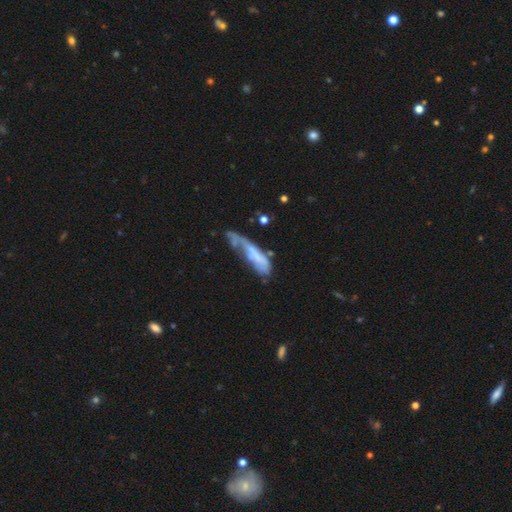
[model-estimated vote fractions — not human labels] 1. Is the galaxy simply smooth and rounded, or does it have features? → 48% featured or disk, 44% smooth, 8% star or artifact.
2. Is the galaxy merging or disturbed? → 34% major disturbance, 28% none, 27% minor disturbance, 11% merger.